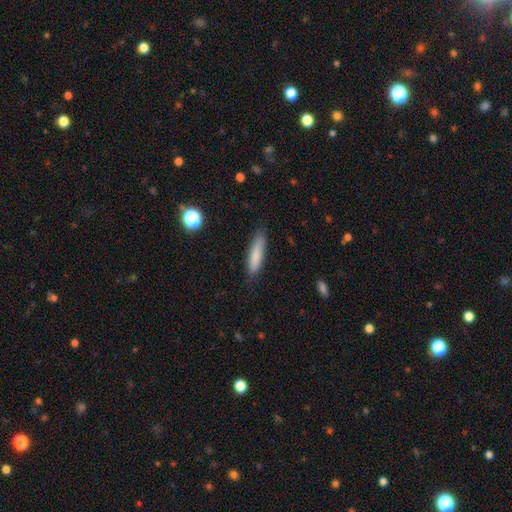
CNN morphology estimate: Overall: smooth (80%). How rounded: cigar-shaped (81%). Merging: none (82%).